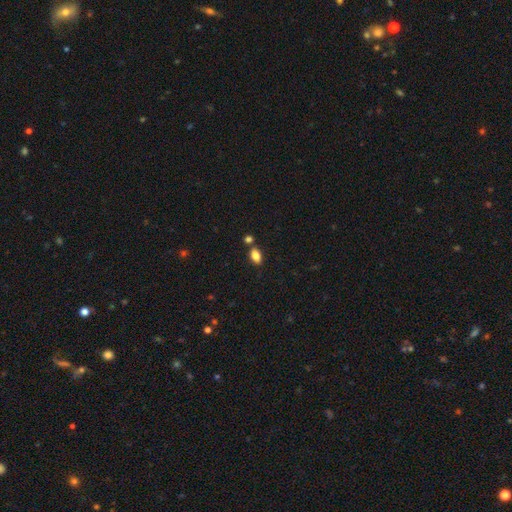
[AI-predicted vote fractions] Q: Smooth or featured?
A: smooth (84%); runner-up: star or artifact (9%)
Q: How rounded?
A: in between (88%); runner-up: round (9%)
Q: Merging?
A: none (74%); runner-up: merger (13%)